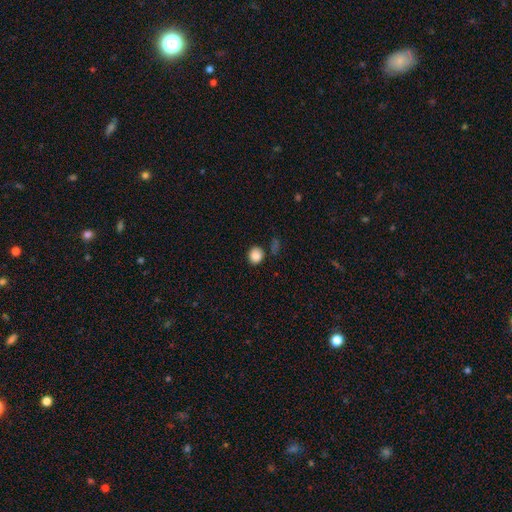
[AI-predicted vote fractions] A smooth galaxy with no disk features (85%) that is round (78%). Merging: none (78%).